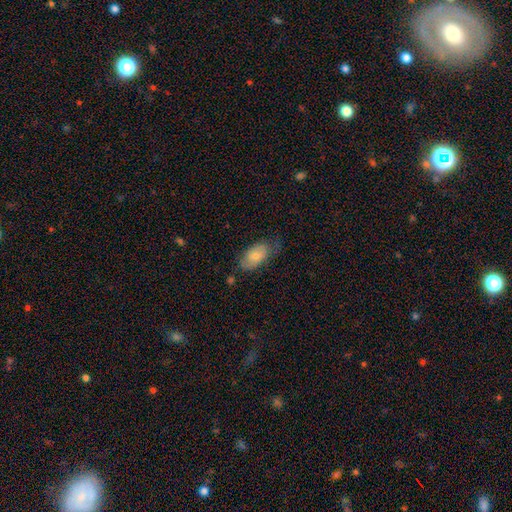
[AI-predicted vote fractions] Morphology: type=smooth (75%); roundness=in between (93%); merging=none (55%).